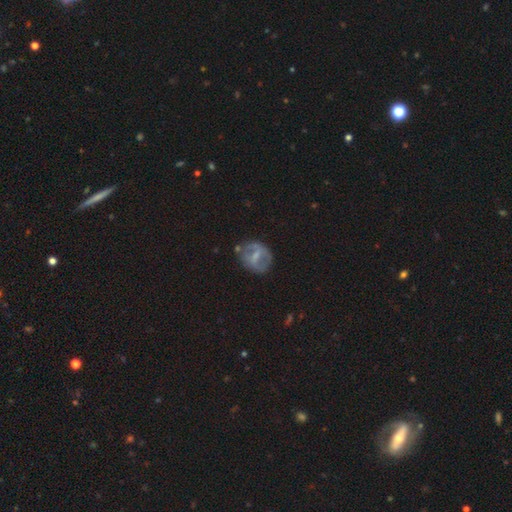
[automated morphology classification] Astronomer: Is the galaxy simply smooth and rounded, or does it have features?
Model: featured or disk — 56% (runner-up: smooth, 36%).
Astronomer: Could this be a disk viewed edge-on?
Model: no — 95%.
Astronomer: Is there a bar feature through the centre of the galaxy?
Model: weak — 43% (runner-up: strong, 34%).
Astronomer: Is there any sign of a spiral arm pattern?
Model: no — 59% (runner-up: yes, 41%).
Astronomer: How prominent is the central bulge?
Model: small — 35% (runner-up: moderate, 32%).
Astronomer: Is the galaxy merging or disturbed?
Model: none — 64%.